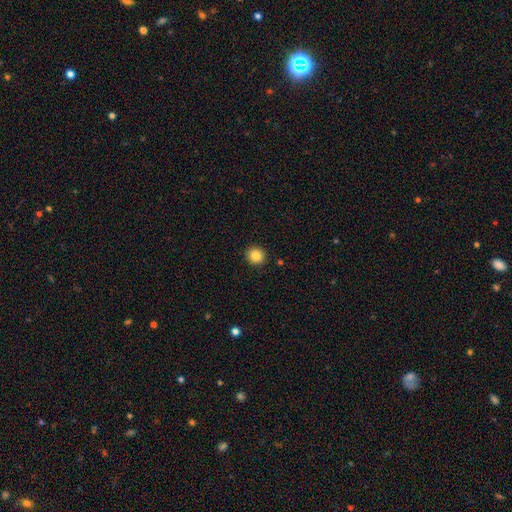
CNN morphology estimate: A smooth galaxy with no disk features (85%) that is round (93%).

Vote fractions:
- Smooth or featured? smooth: 85% / star or artifact: 10% / featured or disk: 5%
- How rounded? round: 93% / in between: 6% / cigar-shaped: 1%
- Merging? none: 92% / minor disturbance: 5% / major disturbance: 2% / merger: 1%